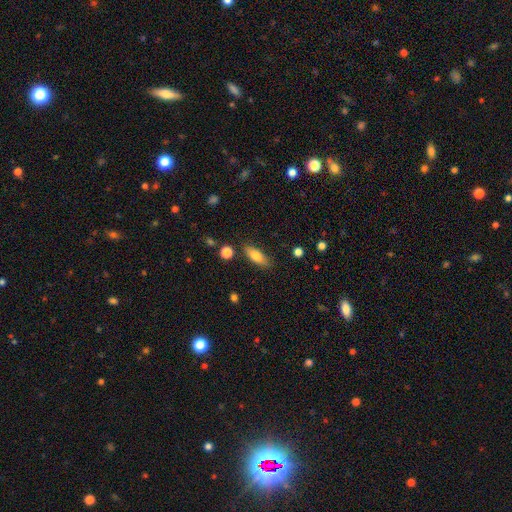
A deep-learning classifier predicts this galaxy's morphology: Smooth or featured?
  - smooth: 76% *
  - featured or disk: 17%
  - star or artifact: 7%
How rounded?
  - in between: 72% *
  - cigar-shaped: 25%
  - round: 3%
Merging?
  - none: 82% *
  - minor disturbance: 12%
  - major disturbance: 3%
  - merger: 3%